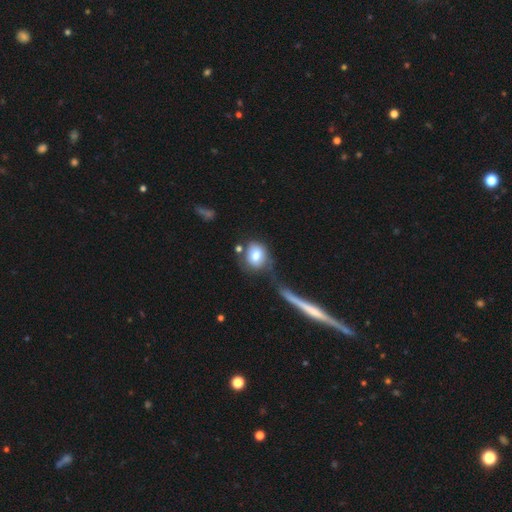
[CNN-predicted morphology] Q: Smooth or featured?
A: smooth (76%); runner-up: featured or disk (16%)
Q: How rounded?
A: round (74%); runner-up: in between (24%)
Q: Merging?
A: none (50%); runner-up: merger (21%)